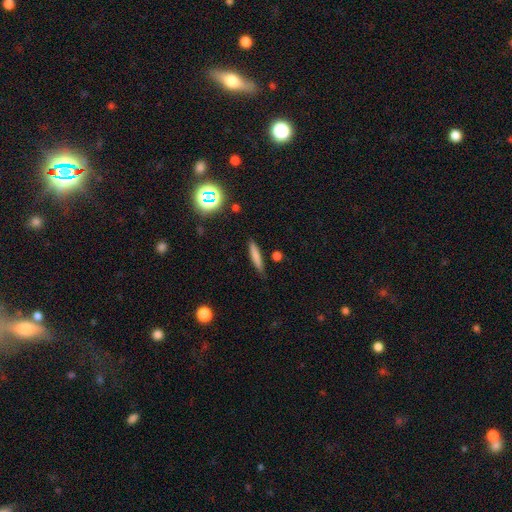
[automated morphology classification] type=smooth (74%); roundness=cigar-shaped (90%); merging=none (82%).